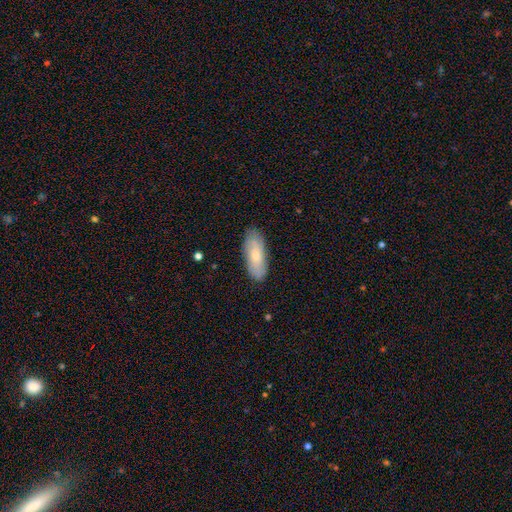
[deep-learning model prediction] This is likely a smooth galaxy (62%). How rounded: likely in between (76%). Merging: clearly none (84%).